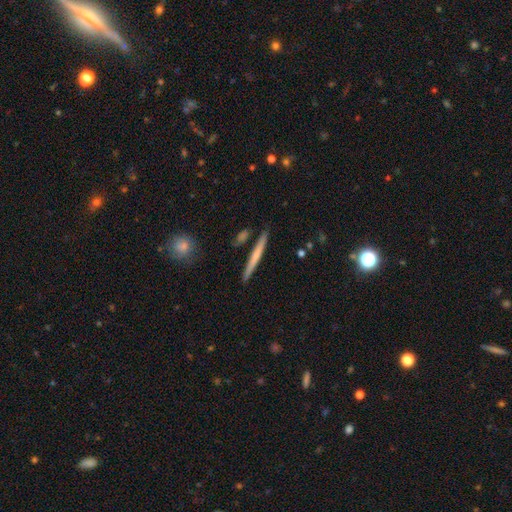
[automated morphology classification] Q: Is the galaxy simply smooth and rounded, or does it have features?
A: smooth — 53%.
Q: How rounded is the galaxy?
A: cigar-shaped — 96%.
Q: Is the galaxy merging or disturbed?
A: none — 90%.